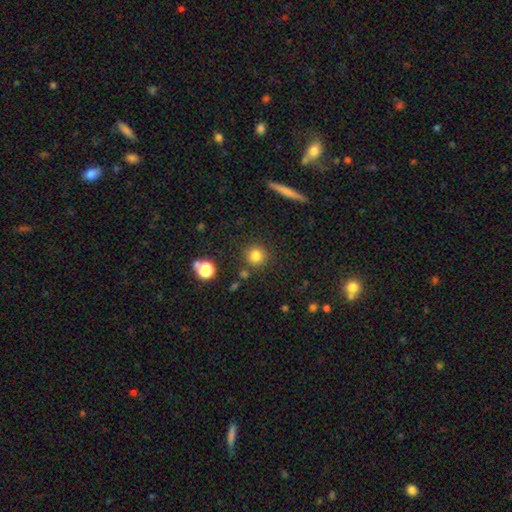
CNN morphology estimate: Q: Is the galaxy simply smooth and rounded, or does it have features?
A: smooth — 81%.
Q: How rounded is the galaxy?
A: round — 93%.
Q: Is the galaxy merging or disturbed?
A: none — 85%.